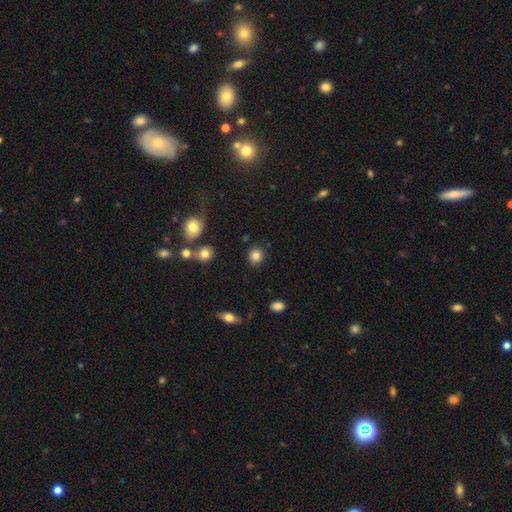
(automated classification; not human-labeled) A smooth galaxy with no disk features (85%) that is round (83%). Merging: none (87%).